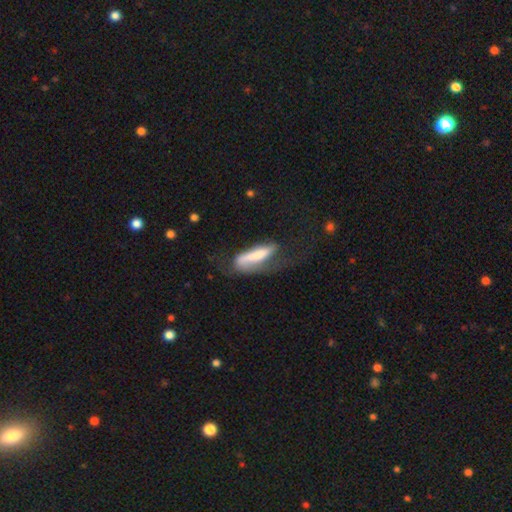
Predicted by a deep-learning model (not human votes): Smooth or featured? smooth (60%)
How rounded? cigar-shaped (63%)
Merging? major disturbance (38%)